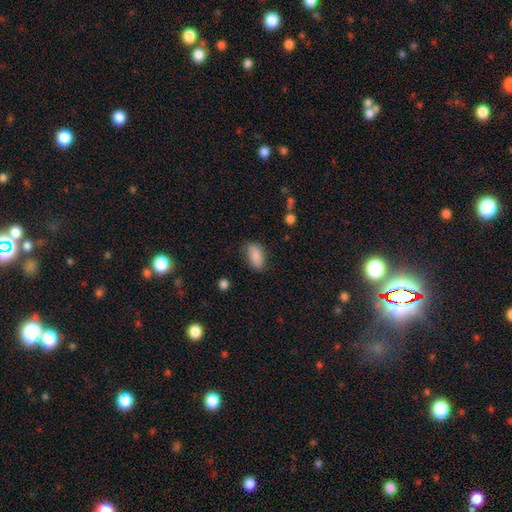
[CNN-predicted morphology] smooth-or-featured: smooth: 85% | featured or disk: 8% | star or artifact: 7%
  how-rounded: in between: 90% | cigar-shaped: 5% | round: 5%
  merging: none: 76% | minor disturbance: 18% | major disturbance: 4% | merger: 2%